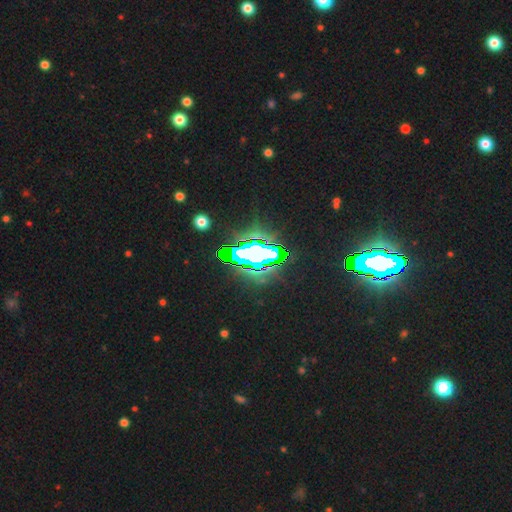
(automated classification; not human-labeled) Smooth or featured?
  - star or artifact: 68% *
  - featured or disk: 16%
  - smooth: 16%